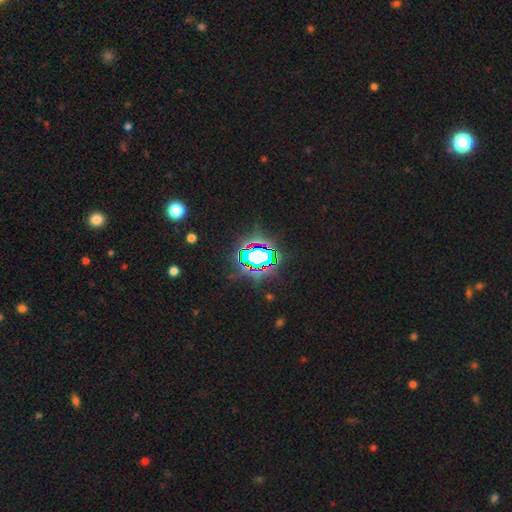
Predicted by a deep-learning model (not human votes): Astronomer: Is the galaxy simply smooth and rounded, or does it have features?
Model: star or artifact — 71%.